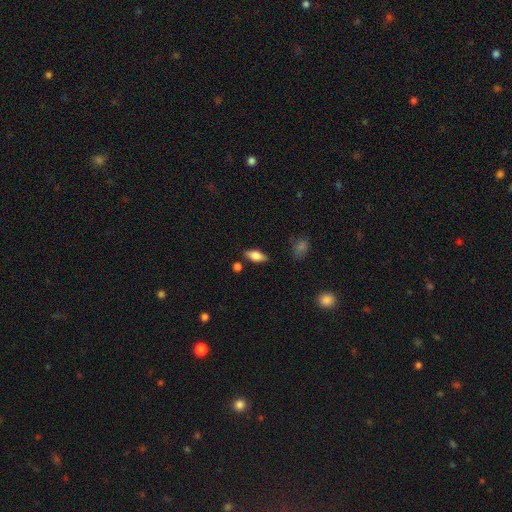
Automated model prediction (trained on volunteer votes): This is likely a smooth galaxy (67%). How rounded: likely in between (78%). Merging: clearly none (81%).